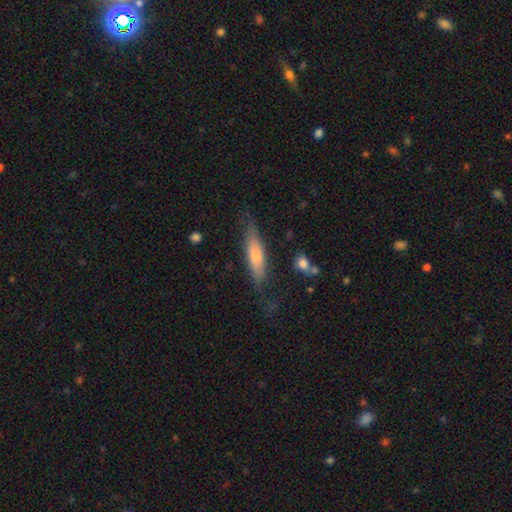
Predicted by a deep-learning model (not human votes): The model was most divided on "how rounded": cigar-shaped: 69%, in between: 29%, round: 2%. More confident: merging — none (72%); smooth or featured — smooth (72%).